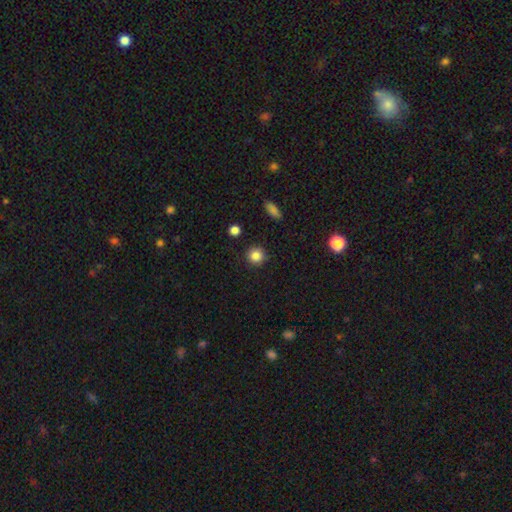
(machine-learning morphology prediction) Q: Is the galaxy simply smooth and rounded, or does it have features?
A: smooth — 84%.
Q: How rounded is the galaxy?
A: round — 92%.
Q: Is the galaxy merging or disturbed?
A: none — 90%.